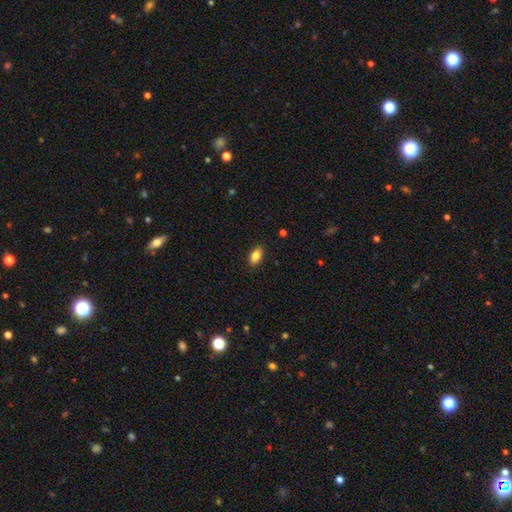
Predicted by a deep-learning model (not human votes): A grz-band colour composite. It shows a smooth galaxy with no disk features (84%) that is in between round and cigar-shaped (89%). Merging: none (87%).